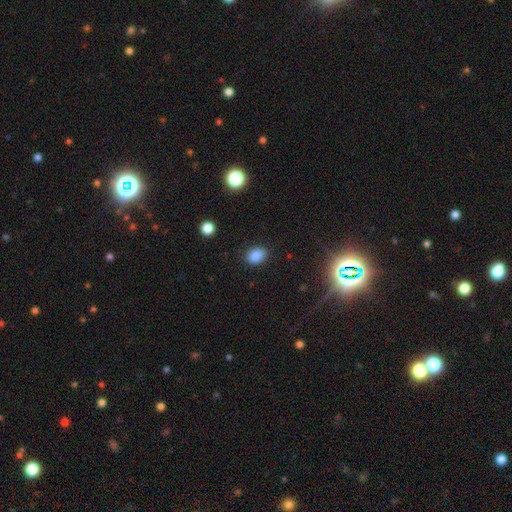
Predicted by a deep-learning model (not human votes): Smooth or featured? smooth (85%)
How rounded? in between (70%)
Merging? none (79%)